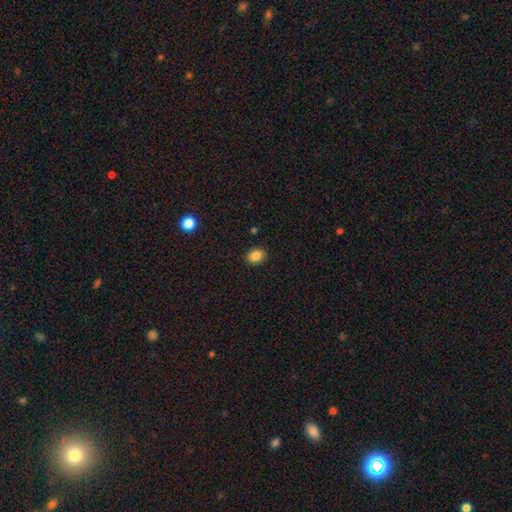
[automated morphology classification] smooth 86%, star or artifact 10%, featured or disk 4%. Down the decision tree: how rounded — in between (51%); merging — none (89%).